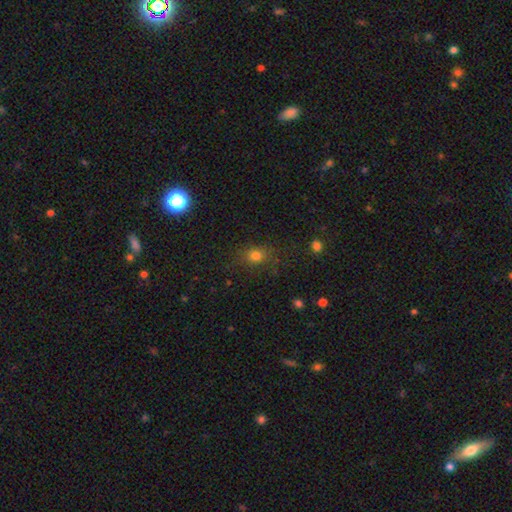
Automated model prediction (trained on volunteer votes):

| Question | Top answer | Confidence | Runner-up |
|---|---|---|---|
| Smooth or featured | smooth | 77% | star or artifact (16%) |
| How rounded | round | 61% | in between (38%) |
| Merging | none | 77% | minor disturbance (14%) |